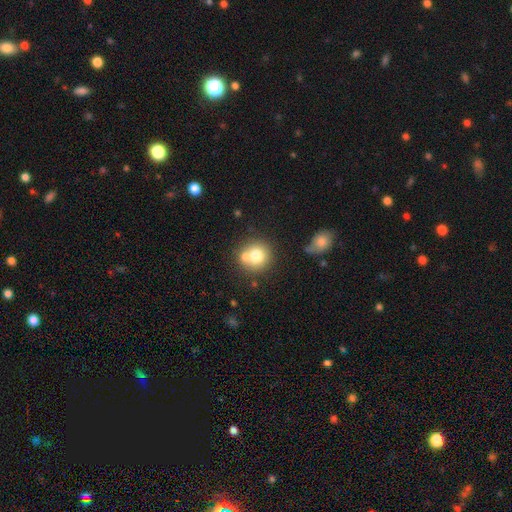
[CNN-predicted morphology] smooth_or_featured: smooth (p=0.73) [alt: featured or disk p=0.17]
how_rounded: round (p=0.89) [alt: in between p=0.10]
merging: none (p=0.54) [alt: merger p=0.33]